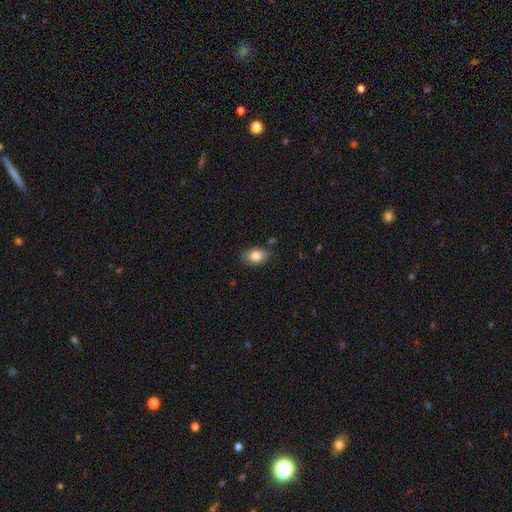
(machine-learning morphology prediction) This is clearly a smooth galaxy (84%). How rounded: likely in between (80%). Merging: likely none (79%).